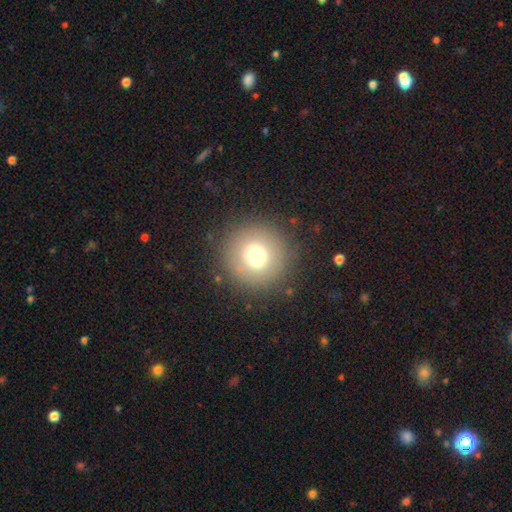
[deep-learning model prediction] Q: Smooth or featured?
A: smooth (72%); runner-up: featured or disk (15%)
Q: How rounded?
A: round (94%); runner-up: in between (5%)
Q: Merging?
A: none (87%); runner-up: minor disturbance (8%)